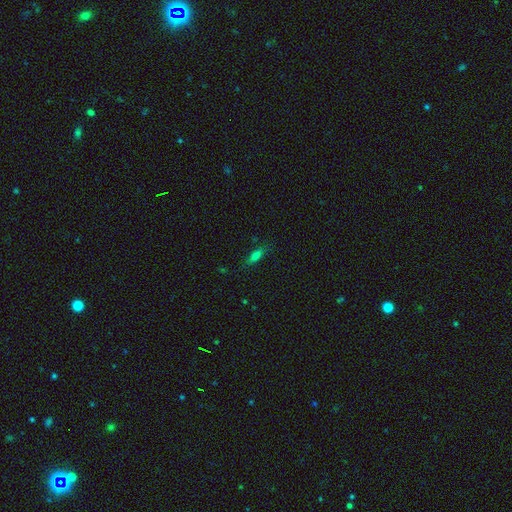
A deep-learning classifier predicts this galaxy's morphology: smooth_or_featured: smooth (p=0.68) [alt: featured or disk p=0.19]
how_rounded: in between (p=0.55) [alt: cigar-shaped p=0.42]
merging: none (p=0.79) [alt: minor disturbance p=0.16]